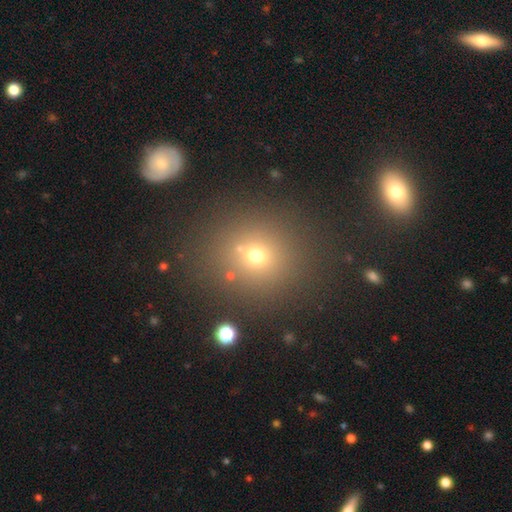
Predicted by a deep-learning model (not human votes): A smooth galaxy with no disk features (65%) that is round (86%).

Vote fractions:
- Smooth or featured? smooth: 65% / star or artifact: 24% / featured or disk: 11%
- How rounded? round: 86% / in between: 13% / cigar-shaped: 1%
- Merging? none: 79% / minor disturbance: 9% / merger: 8% / major disturbance: 4%